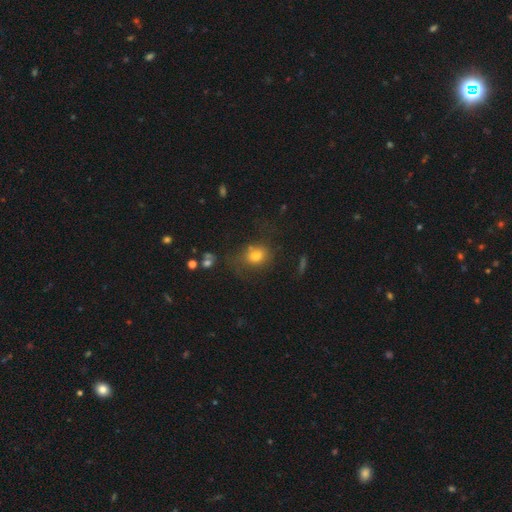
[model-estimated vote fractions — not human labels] The model was most divided on "how rounded": round: 56%, in between: 43%, cigar-shaped: 1%. More confident: smooth or featured — smooth (74%); merging — none (60%).